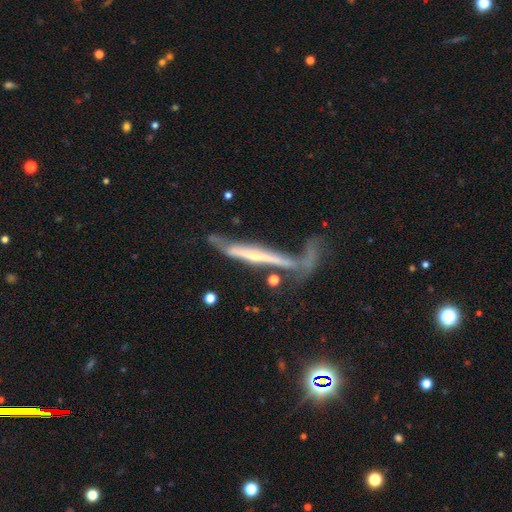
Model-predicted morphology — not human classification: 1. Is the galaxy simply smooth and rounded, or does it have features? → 73% featured or disk, 21% smooth, 6% star or artifact.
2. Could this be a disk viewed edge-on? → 86% yes, 14% no.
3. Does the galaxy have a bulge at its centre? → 55% rounded, 36% none, 9% boxy.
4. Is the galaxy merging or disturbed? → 33% none, 26% major disturbance, 22% minor disturbance, 19% merger.